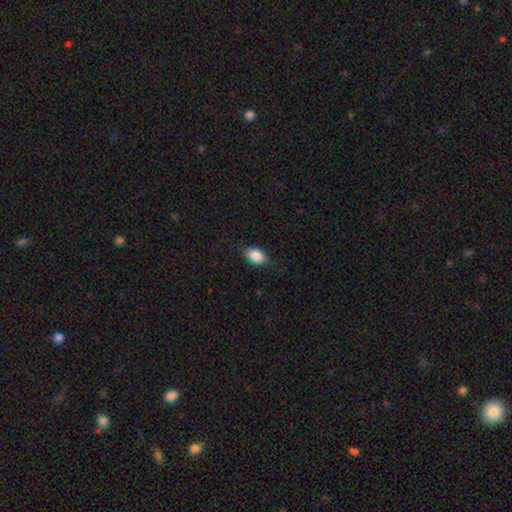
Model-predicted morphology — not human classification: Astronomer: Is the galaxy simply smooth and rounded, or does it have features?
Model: smooth — 82%.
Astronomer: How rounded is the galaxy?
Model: in between — 80%.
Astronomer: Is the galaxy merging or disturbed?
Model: none — 74%.